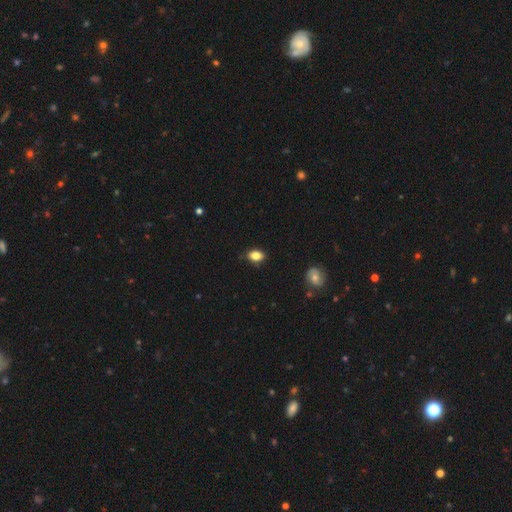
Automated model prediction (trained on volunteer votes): Morphology: type=smooth (83%); roundness=in between (80%); merging=none (82%).